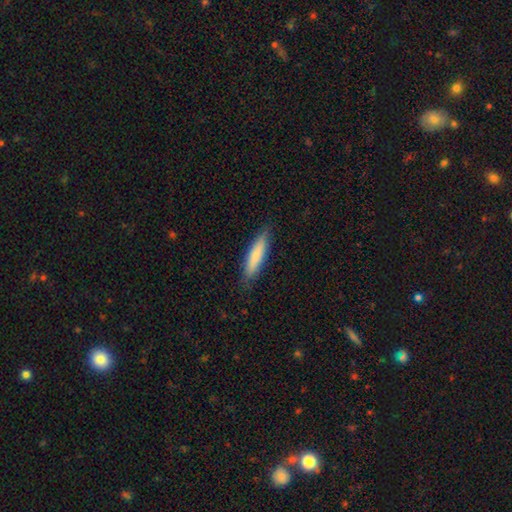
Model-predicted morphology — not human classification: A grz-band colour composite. It shows a smooth galaxy with no disk features (79%) that is cigar-shaped (80%). Merging: none (86%).